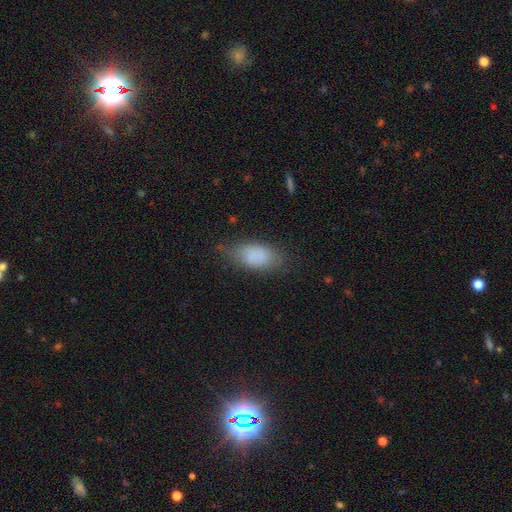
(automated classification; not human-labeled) The model was most divided on "merging": none: 68%, minor disturbance: 23%, major disturbance: 7%, merger: 2%. More confident: how rounded — in between (90%); smooth or featured — smooth (83%).